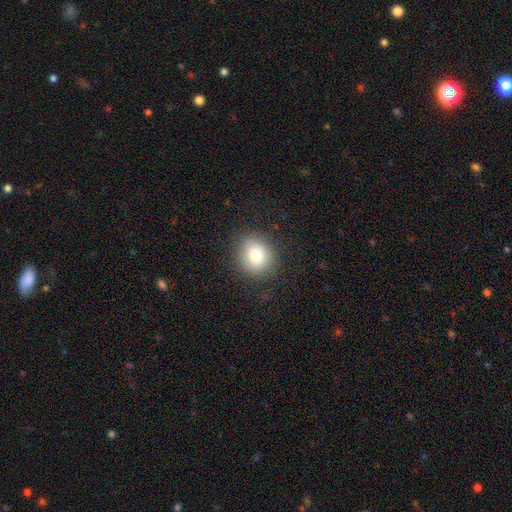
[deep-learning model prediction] Smooth or featured? Predicted: smooth (p=0.79). How rounded? Predicted: round (p=0.75). Merging? Predicted: none (p=0.85).